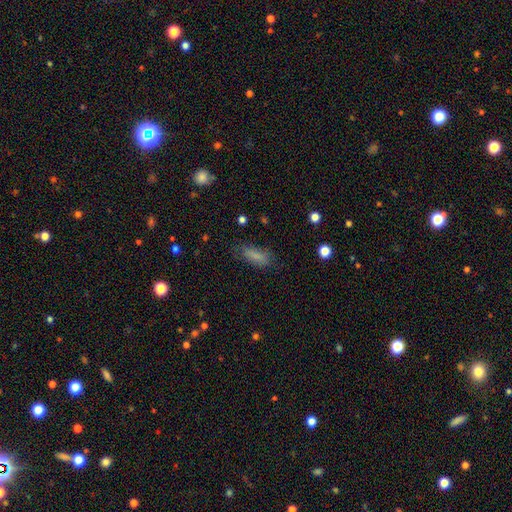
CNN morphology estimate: Overall: smooth (80%). How rounded: in between (62%; cigar-shaped 35%). Merging: none (73%).